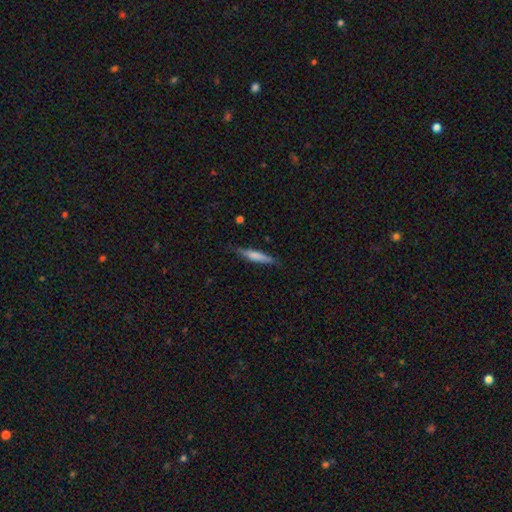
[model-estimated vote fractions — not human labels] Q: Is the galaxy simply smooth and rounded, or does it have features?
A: smooth — 68%.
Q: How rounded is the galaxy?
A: cigar-shaped — 88%.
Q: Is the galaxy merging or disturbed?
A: none — 79%.